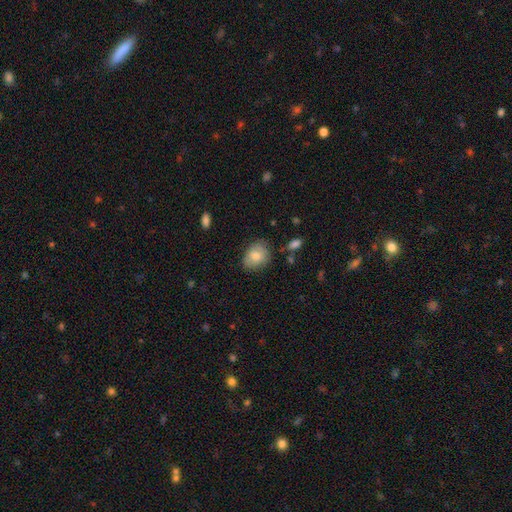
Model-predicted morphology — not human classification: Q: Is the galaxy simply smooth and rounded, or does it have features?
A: smooth — 76%.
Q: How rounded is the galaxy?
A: in between — 62%.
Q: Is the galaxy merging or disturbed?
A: none — 73%.